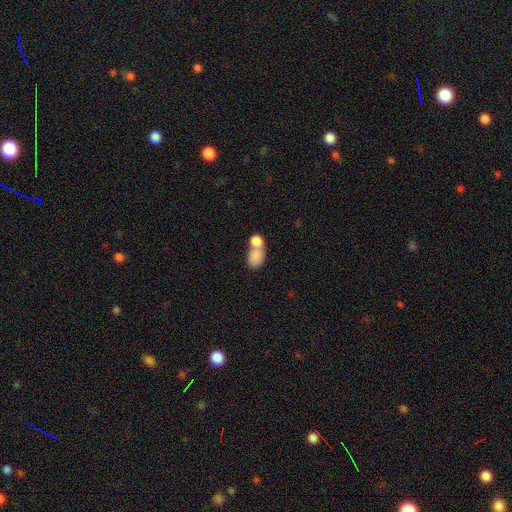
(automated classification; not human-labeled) A smooth galaxy with no disk features (82%) that is in between round and cigar-shaped (71%). Merging: merger (62%).